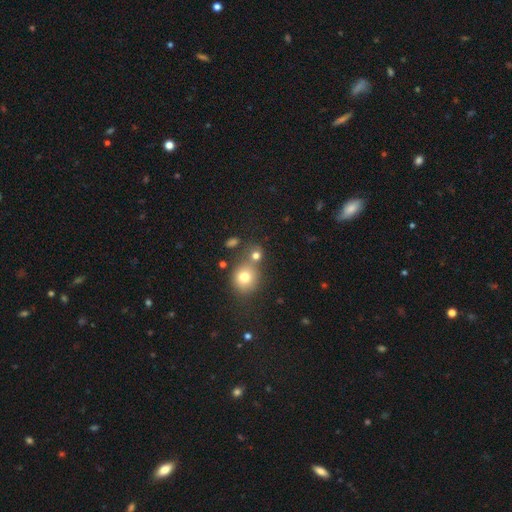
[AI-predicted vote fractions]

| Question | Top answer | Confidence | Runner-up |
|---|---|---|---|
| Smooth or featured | smooth | 75% | star or artifact (14%) |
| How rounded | round | 78% | in between (20%) |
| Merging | none | 52% | merger (34%) |